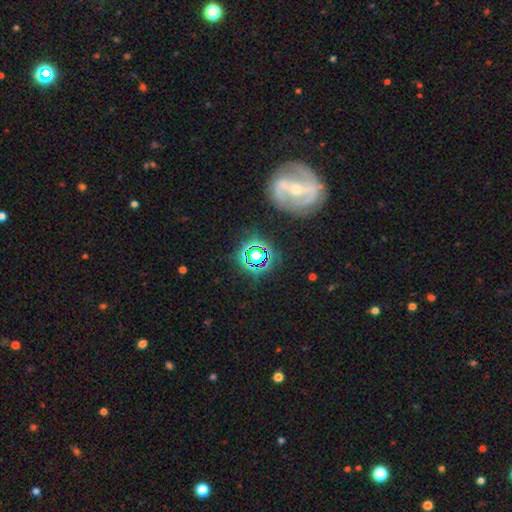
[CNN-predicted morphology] star or artifact 62%, smooth 24%, featured or disk 14%.